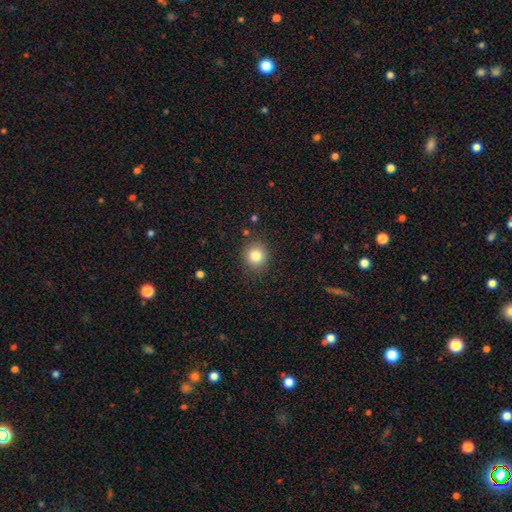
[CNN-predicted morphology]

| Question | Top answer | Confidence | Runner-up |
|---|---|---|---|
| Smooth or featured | smooth | 82% | star or artifact (11%) |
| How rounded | round | 88% | in between (11%) |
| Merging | none | 89% | minor disturbance (7%) |